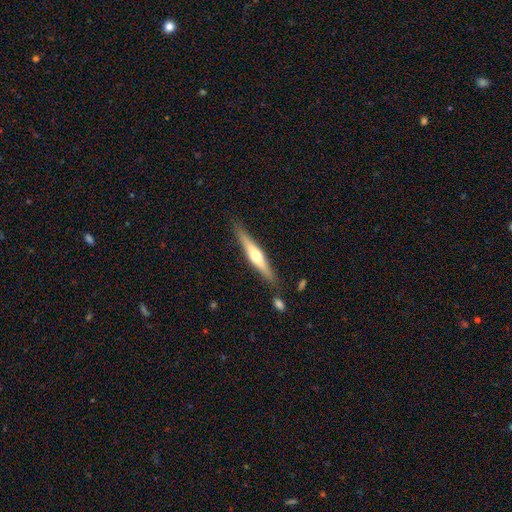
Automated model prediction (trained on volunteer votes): Smooth or featured?
  - featured or disk: 63% *
  - smooth: 32%
  - star or artifact: 5%
Edge-on disk?
  - yes: 96% *
  - no: 4%
Edge-on bulge?
  - rounded: 90% *
  - none: 6%
  - boxy: 5%
Merging?
  - none: 85% *
  - minor disturbance: 10%
  - merger: 3%
  - major disturbance: 2%